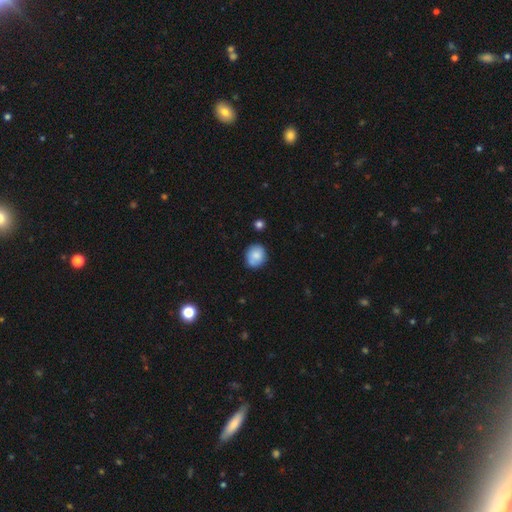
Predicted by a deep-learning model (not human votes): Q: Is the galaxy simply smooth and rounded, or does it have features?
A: smooth — 82%.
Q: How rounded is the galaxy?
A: round — 70%.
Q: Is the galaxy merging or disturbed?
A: none — 75%.